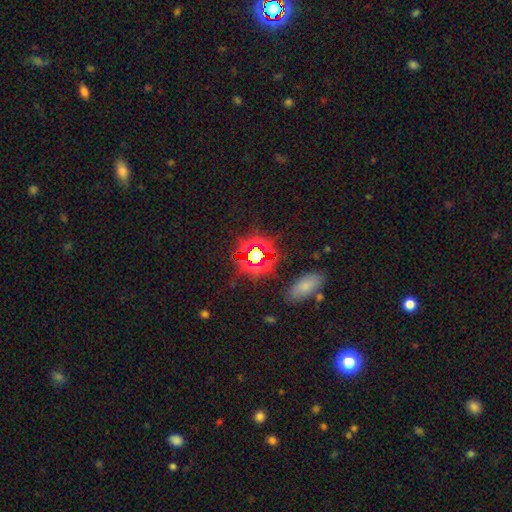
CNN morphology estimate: type=star or artifact (68%).